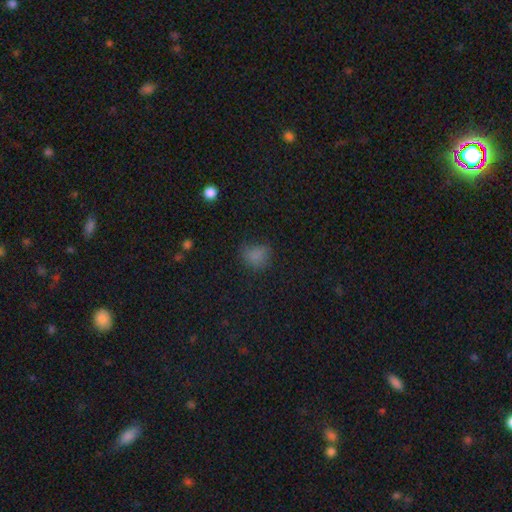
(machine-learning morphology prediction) smooth 74%, star or artifact 20%, featured or disk 7%. Down the decision tree: how rounded — round (60%); merging — none (64%).